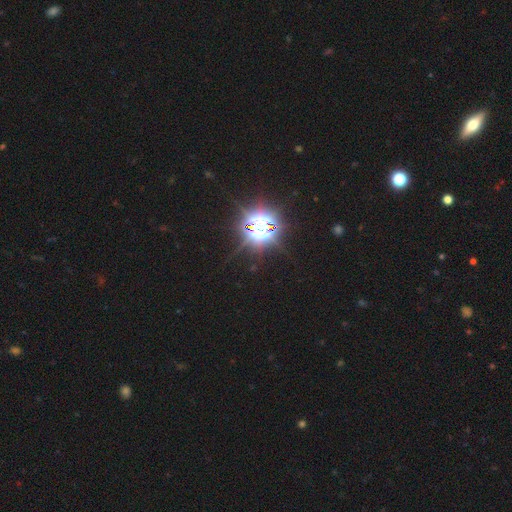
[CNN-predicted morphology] The model was most divided on "smooth or featured": star or artifact: 82%, smooth: 13%, featured or disk: 5%.